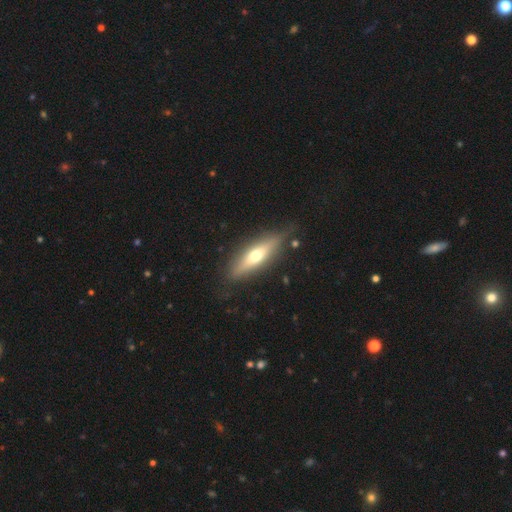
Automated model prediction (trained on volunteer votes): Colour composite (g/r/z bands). It shows a featured or disk galaxy (48%). Merging: none (81%).